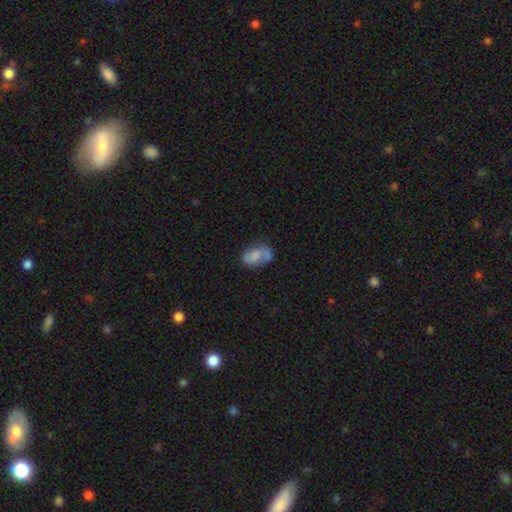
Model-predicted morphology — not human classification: A featured or disk galaxy (51%). Merging: none (47%).